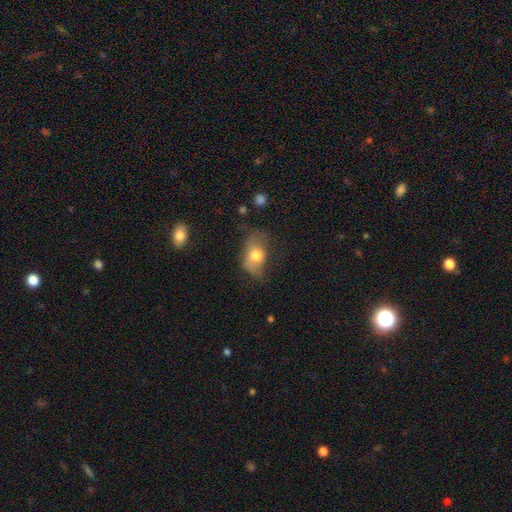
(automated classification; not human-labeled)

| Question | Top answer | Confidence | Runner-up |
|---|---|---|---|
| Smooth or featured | smooth | 67% | featured or disk (24%) |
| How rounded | in between | 80% | round (17%) |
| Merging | none | 39% | minor disturbance (33%) |